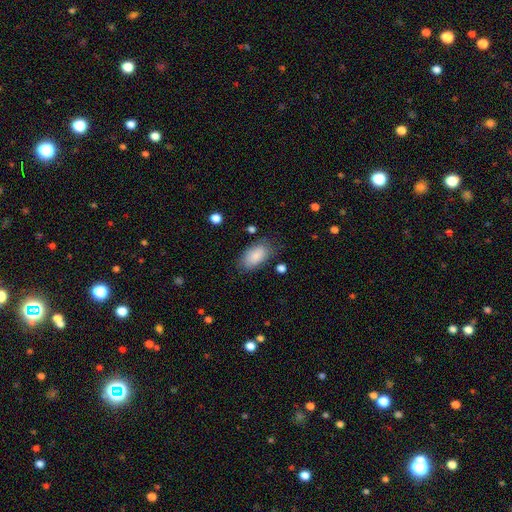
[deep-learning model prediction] smooth 86%, featured or disk 7%, star or artifact 7%. Down the decision tree: how rounded — in between (94%); merging — none (74%).